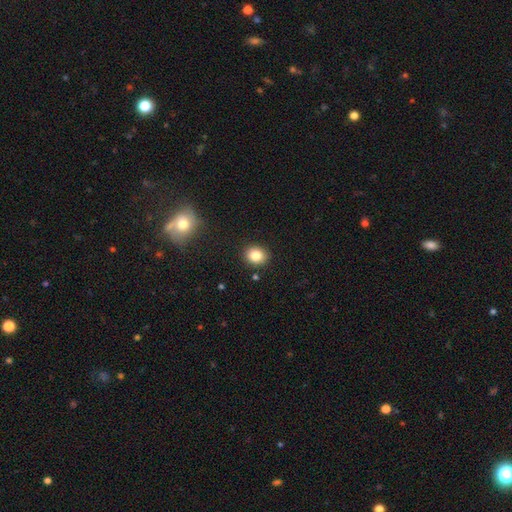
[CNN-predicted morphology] Smooth or featured?
  - smooth: 84% *
  - star or artifact: 10%
  - featured or disk: 6%
How rounded?
  - round: 68% *
  - in between: 31%
  - cigar-shaped: 1%
Merging?
  - none: 89% *
  - minor disturbance: 7%
  - major disturbance: 2%
  - merger: 2%